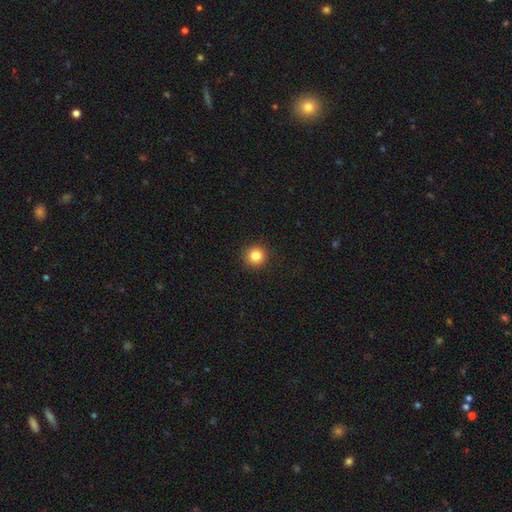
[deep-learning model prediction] Overall: smooth (84%). How rounded: round (95%). Merging: none (92%).